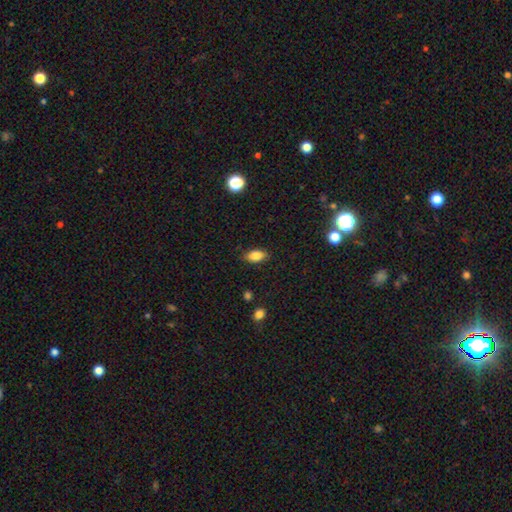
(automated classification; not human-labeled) smooth-or-featured: smooth: 83% | star or artifact: 9% | featured or disk: 8%
  how-rounded: in between: 89% | round: 6% | cigar-shaped: 5%
  merging: none: 85% | minor disturbance: 12% | major disturbance: 3% | merger: 1%